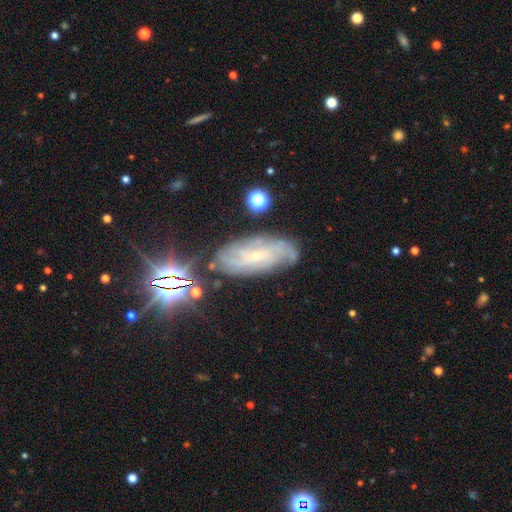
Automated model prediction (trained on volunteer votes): smooth-or-featured: featured or disk: 73% | smooth: 13% | star or artifact: 13%
  disk-edge-on: no: 92% | yes: 8%
    bar: no: 58% | weak: 33% | strong: 9%
    has-spiral-arms: yes: 93% | no: 7%
      spiral-winding: tight: 61% | medium: 30% | loose: 9%
      spiral-arm-count: can't tell: 45% | 2: 15% | 4: 14% | 3: 13% | more than 4: 8% | 1: 5%
    bulge-size: small: 81% | moderate: 13% | none: 3% | large: 1% | dominant: 1%
  merging: none: 77% | minor disturbance: 16% | major disturbance: 5% | merger: 2%